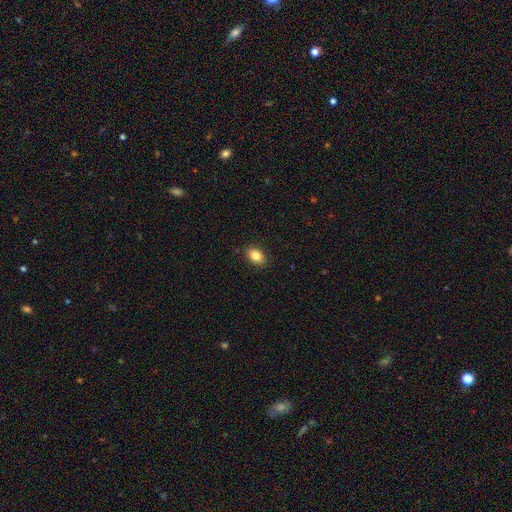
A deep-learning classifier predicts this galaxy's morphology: smooth 85%, star or artifact 9%, featured or disk 7%. Down the decision tree: how rounded — in between (78%); merging — none (88%).